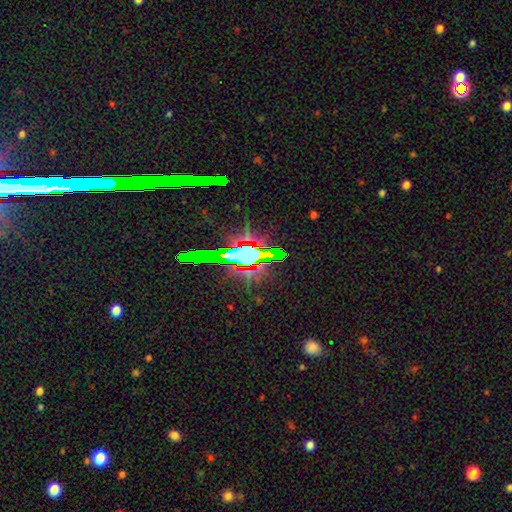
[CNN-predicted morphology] star or artifact 77%, featured or disk 12%, smooth 11%.